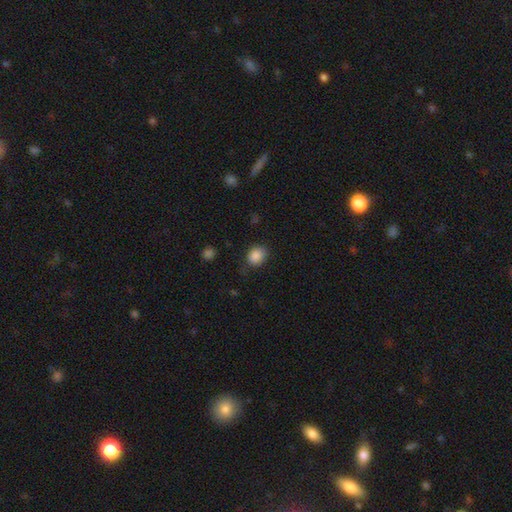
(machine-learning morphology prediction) Q: Smooth or featured?
A: smooth (87%); runner-up: star or artifact (9%)
Q: How rounded?
A: in between (51%); runner-up: round (48%)
Q: Merging?
A: none (75%); runner-up: minor disturbance (19%)